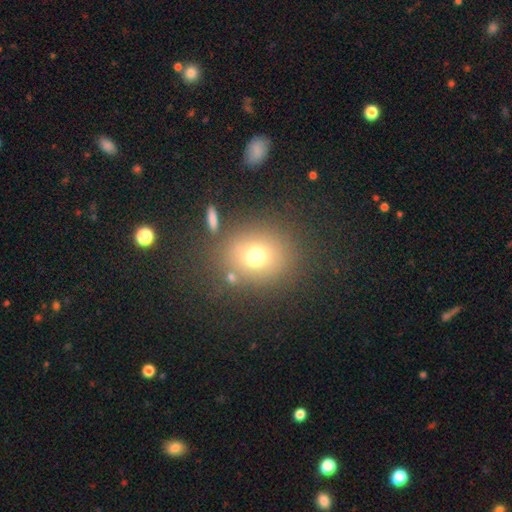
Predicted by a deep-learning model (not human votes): A smooth galaxy with no disk features (71%) that is round (73%).

Vote fractions:
- Smooth or featured? smooth: 71% / star or artifact: 16% / featured or disk: 12%
- How rounded? round: 73% / in between: 26% / cigar-shaped: 1%
- Merging? none: 76% / minor disturbance: 10% / merger: 8% / major disturbance: 6%